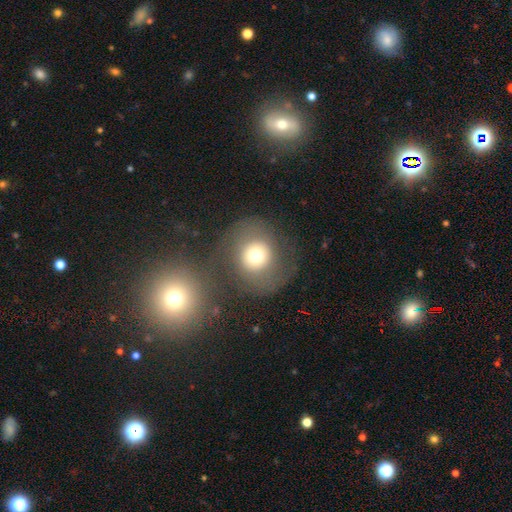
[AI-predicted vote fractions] The model was most divided on "merging": none: 56%, major disturbance: 16%, minor disturbance: 15%, merger: 13%. More confident: how rounded — round (84%); smooth or featured — smooth (64%).